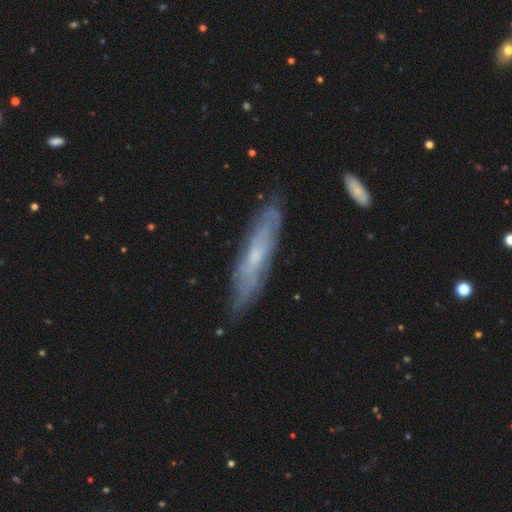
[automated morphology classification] A featured or disk galaxy (63%) viewed edge-on (51%).

Vote fractions:
- Smooth or featured? featured or disk: 63% / smooth: 30% / star or artifact: 7%
- Edge-on disk? yes: 51% / no: 49%
- Merging? none: 79% / minor disturbance: 16% / major disturbance: 3% / merger: 2%